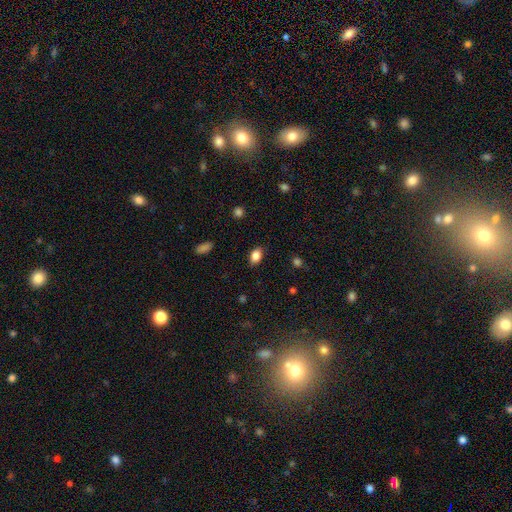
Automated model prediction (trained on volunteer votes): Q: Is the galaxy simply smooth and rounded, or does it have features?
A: smooth — 85%.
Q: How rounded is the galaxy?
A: in between — 85%.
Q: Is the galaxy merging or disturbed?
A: none — 85%.